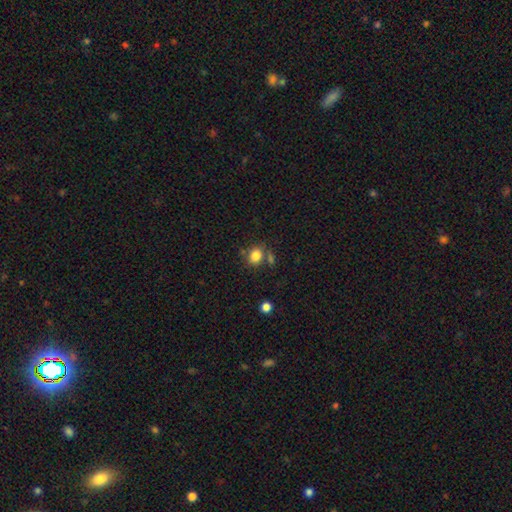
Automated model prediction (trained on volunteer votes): The model was most divided on "how rounded": round: 52%, in between: 47%, cigar-shaped: 1%. More confident: smooth or featured — smooth (83%); merging — none (64%).